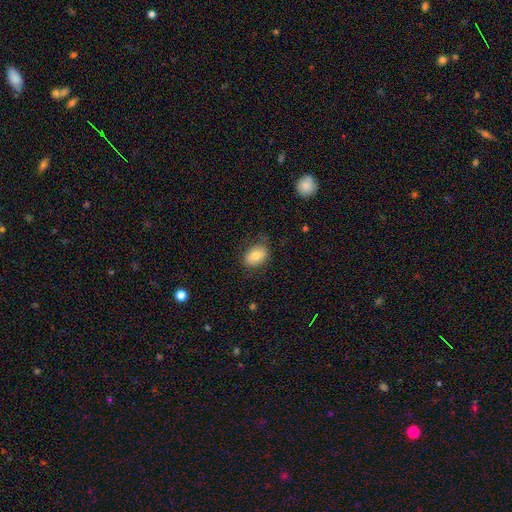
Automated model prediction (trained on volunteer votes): This appears to be a smooth galaxy with no disk features (75%) that is in between round and cigar-shaped (77%). Merging: none (77%).